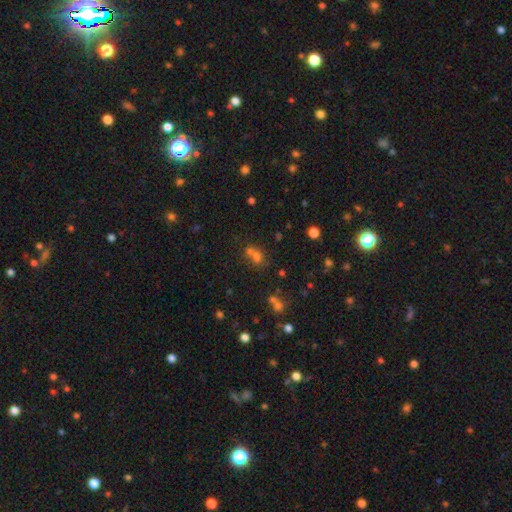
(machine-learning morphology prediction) Smooth or featured?
  - smooth: 52% *
  - star or artifact: 34%
  - featured or disk: 14%
How rounded?
  - round: 72% *
  - in between: 26%
  - cigar-shaped: 2%
Merging?
  - none: 48% *
  - merger: 40%
  - minor disturbance: 8%
  - major disturbance: 4%